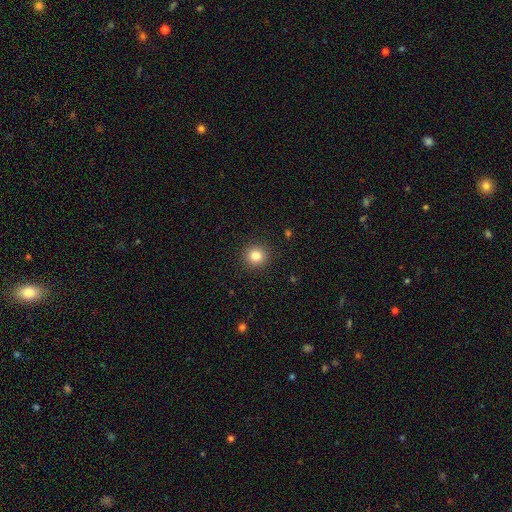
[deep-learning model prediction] smooth-or-featured: smooth: 82% | star or artifact: 12% | featured or disk: 6%
  how-rounded: round: 93% | in between: 6% | cigar-shaped: 1%
  merging: none: 92% | minor disturbance: 5% | major disturbance: 2% | merger: 1%